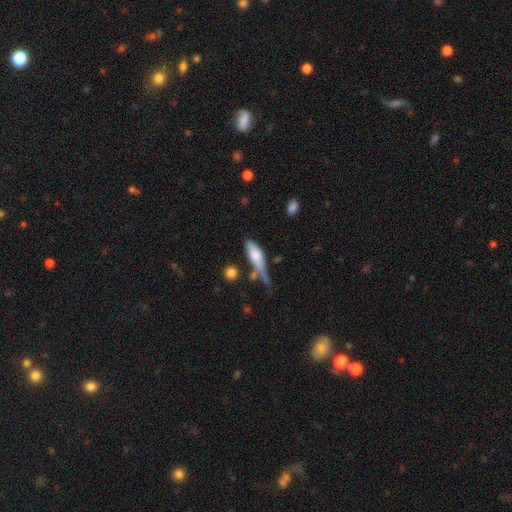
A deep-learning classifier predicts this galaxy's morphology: A smooth galaxy with no disk features (69%) that is in between round and cigar-shaped (58%). Merging: none (35%).